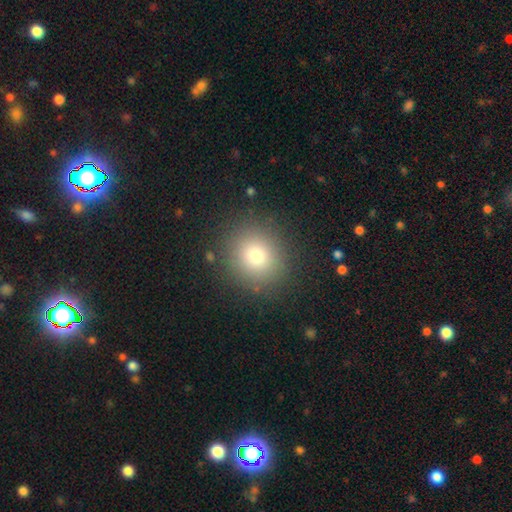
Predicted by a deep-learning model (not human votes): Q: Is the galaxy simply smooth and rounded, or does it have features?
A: smooth — 76%.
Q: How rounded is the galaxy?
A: round — 88%.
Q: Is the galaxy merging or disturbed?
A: none — 88%.